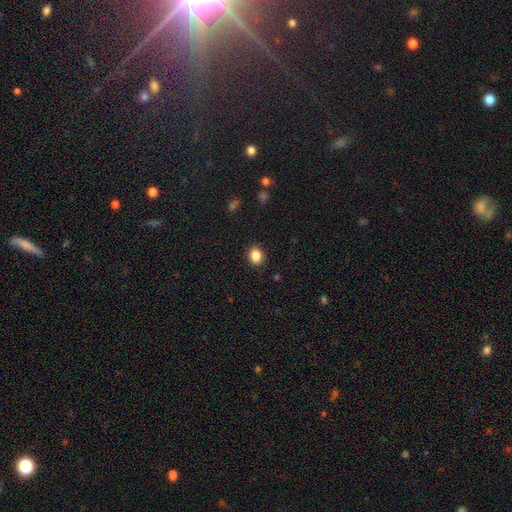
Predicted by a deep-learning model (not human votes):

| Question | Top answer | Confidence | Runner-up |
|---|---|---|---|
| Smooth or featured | smooth | 87% | star or artifact (9%) |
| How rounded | round | 60% | in between (39%) |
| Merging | none | 90% | minor disturbance (7%) |